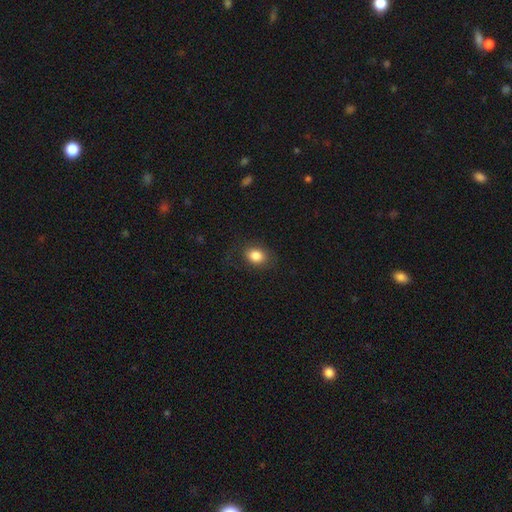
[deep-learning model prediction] smooth-or-featured: smooth: 84% | star or artifact: 9% | featured or disk: 7%
  how-rounded: in between: 59% | round: 40% | cigar-shaped: 1%
  merging: none: 79% | minor disturbance: 14% | major disturbance: 6% | merger: 1%